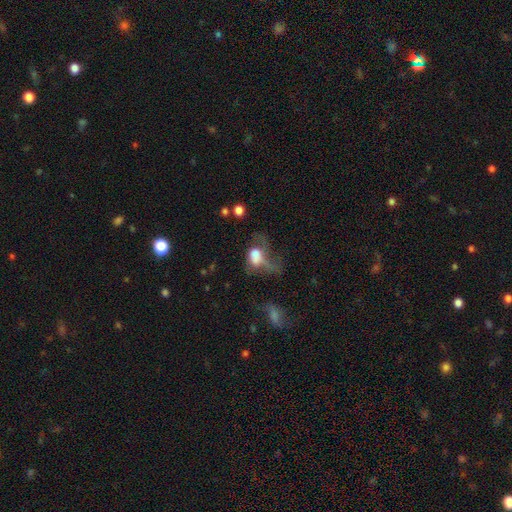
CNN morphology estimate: Overall: smooth (54%; featured or disk 33%). How rounded: in between (73%). Merging: major disturbance (54%; none 16%).